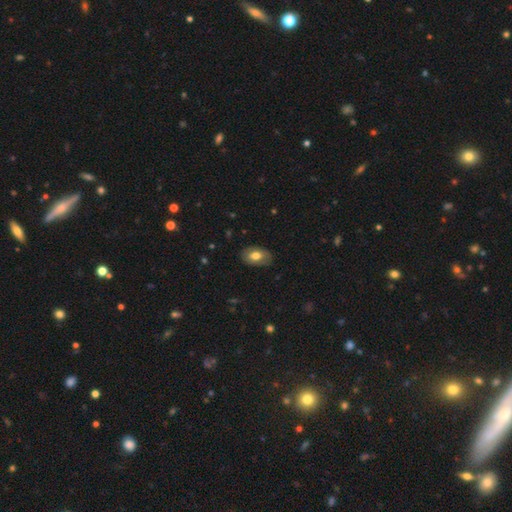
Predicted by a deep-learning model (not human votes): Smooth or featured: smooth — 67% (featured or disk — 26%)
How rounded: in between — 89% (round — 10%)
Merging: none — 82% (minor disturbance — 14%)